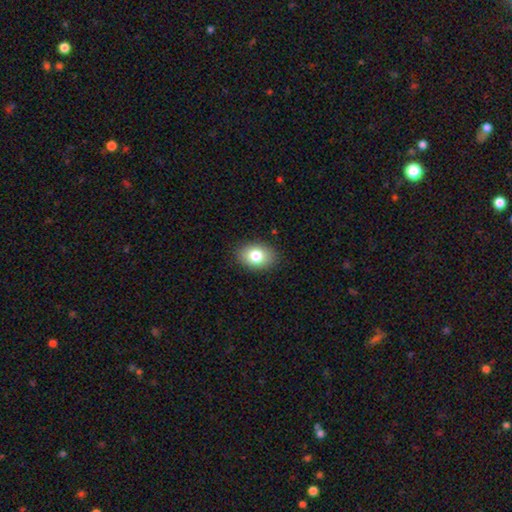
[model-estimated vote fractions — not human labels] A smooth galaxy with no disk features (80%) that is in between round and cigar-shaped (76%). Merging: none (88%).